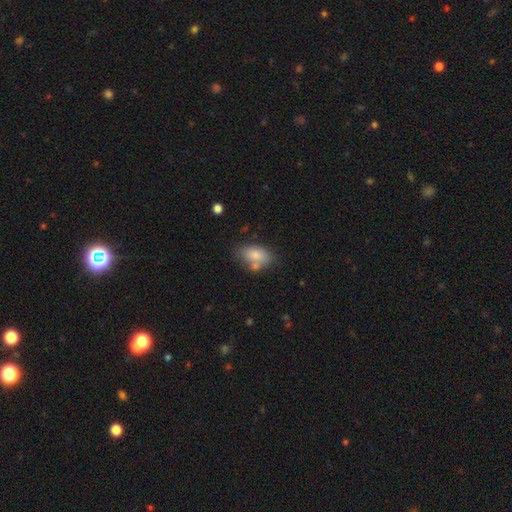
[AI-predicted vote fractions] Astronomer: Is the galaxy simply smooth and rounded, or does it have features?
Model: smooth — 80%.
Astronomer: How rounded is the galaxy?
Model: in between — 89%.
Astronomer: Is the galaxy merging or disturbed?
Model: none — 58%.